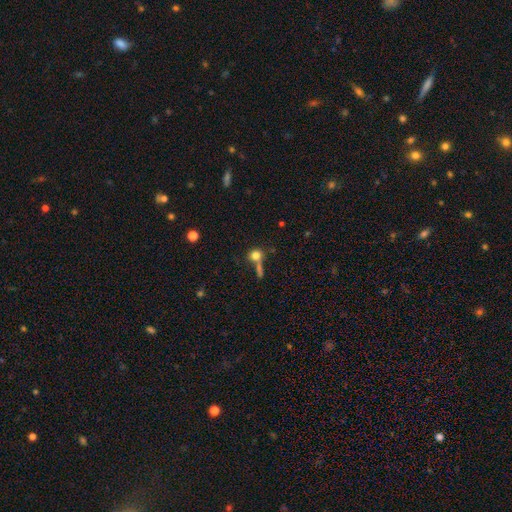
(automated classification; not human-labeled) Morphology: type=smooth (77%); roundness=round (79%); merging=none (49%).